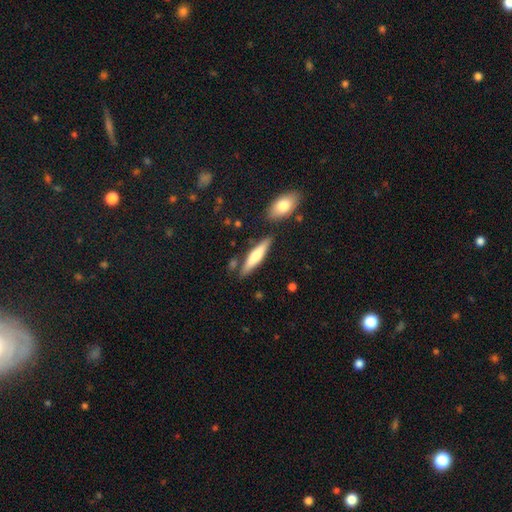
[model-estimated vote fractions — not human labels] smooth 60%, featured or disk 35%, star or artifact 5%. Down the decision tree: how rounded — cigar-shaped (78%); merging — none (80%).